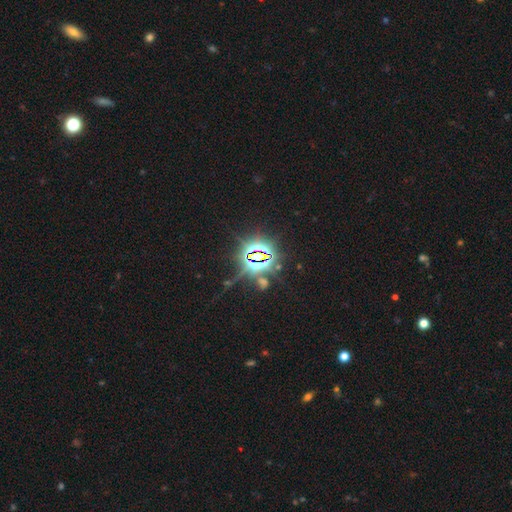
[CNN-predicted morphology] This appears to be a star or artifact, not a galaxy (83%).